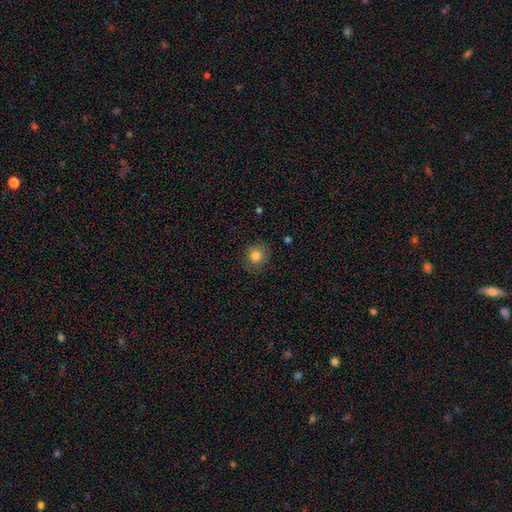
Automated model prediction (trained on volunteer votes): Smooth or featured? smooth (83%)
How rounded? round (85%)
Merging? none (80%)